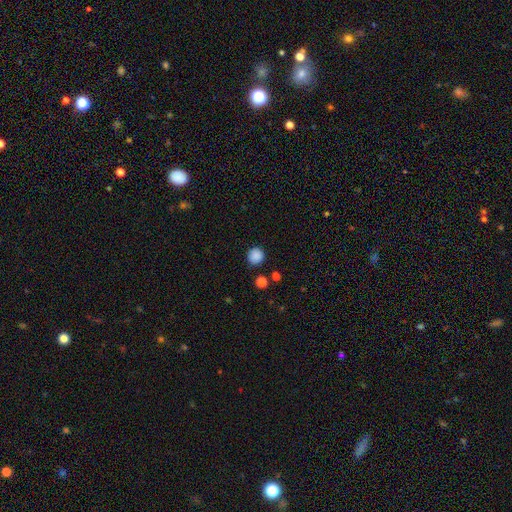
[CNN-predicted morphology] Smooth or featured? smooth (87%)
How rounded? round (93%)
Merging? none (87%)